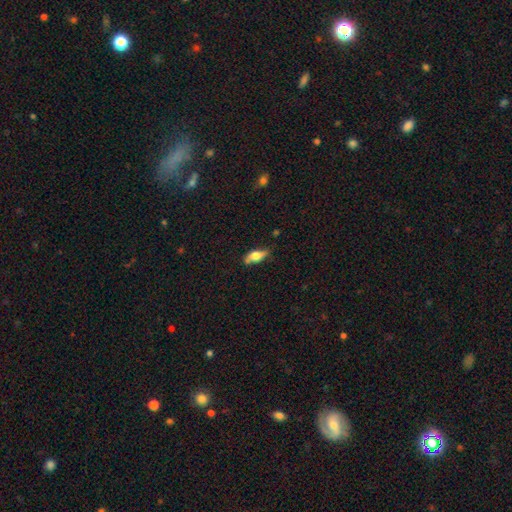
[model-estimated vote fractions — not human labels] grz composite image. It shows a smooth galaxy with no disk features (60%) that is in between round and cigar-shaped (74%). Merging: none (69%).